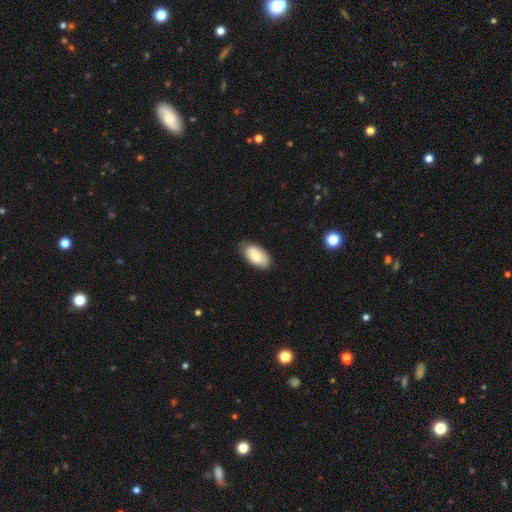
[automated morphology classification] smooth-or-featured: smooth: 79% | featured or disk: 15% | star or artifact: 6%
  how-rounded: in between: 94% | round: 3% | cigar-shaped: 3%
  merging: none: 77% | minor disturbance: 19% | major disturbance: 3% | merger: 1%